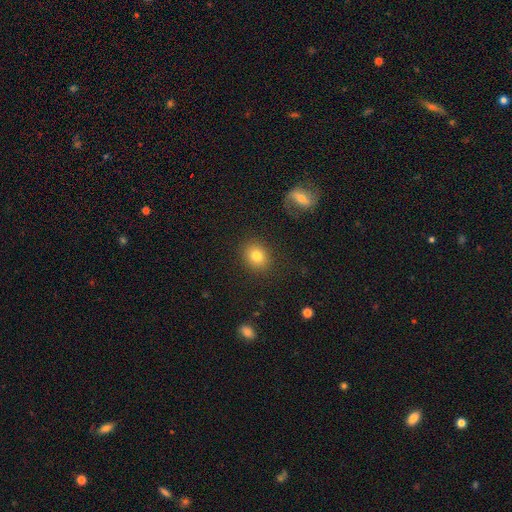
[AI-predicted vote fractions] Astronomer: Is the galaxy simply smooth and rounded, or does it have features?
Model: smooth — 80%.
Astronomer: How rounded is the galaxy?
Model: round — 66%.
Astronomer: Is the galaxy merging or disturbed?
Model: none — 87%.